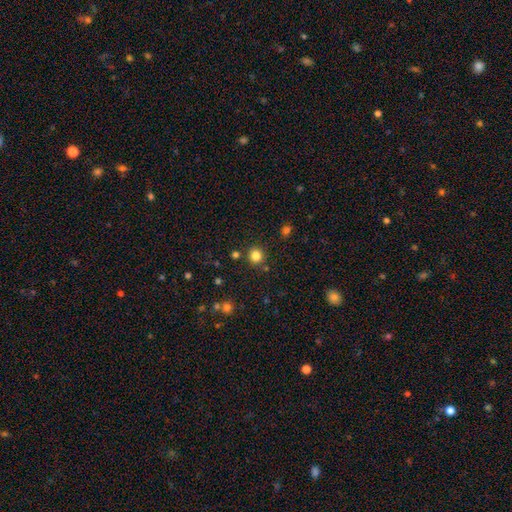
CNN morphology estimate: smooth 83%, star or artifact 13%, featured or disk 5%. Down the decision tree: how rounded — round (92%); merging — none (87%).